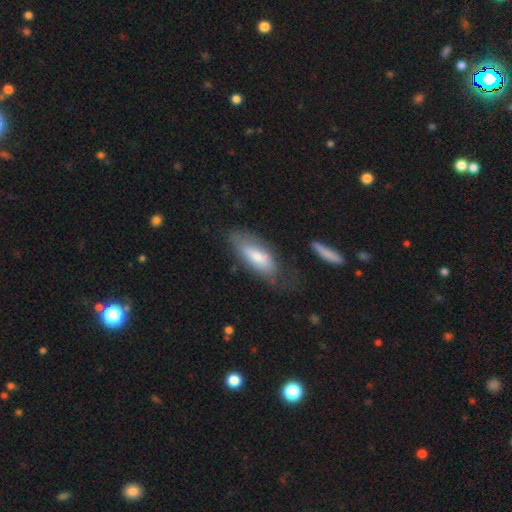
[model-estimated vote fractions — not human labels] This is likely a smooth galaxy (69%). How rounded: likely in between (72%). Merging: possibly none (54%).